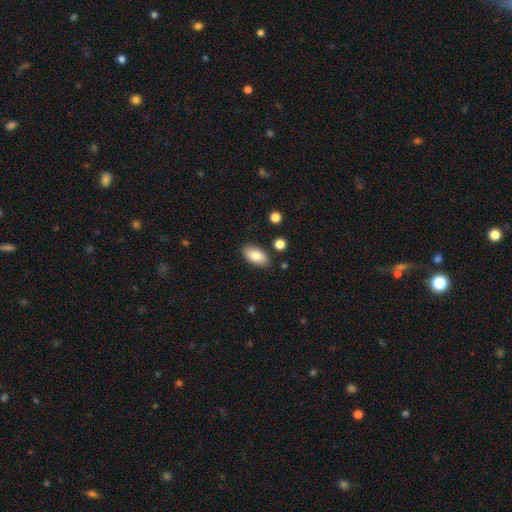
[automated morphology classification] Smooth or featured? smooth (82%)
How rounded? in between (93%)
Merging? none (85%)